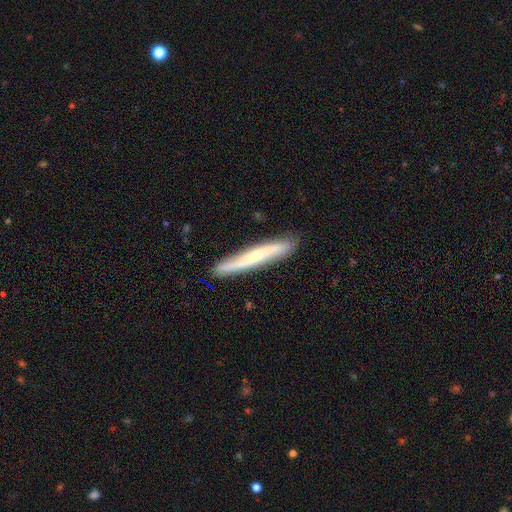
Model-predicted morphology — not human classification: Smooth or featured? featured or disk (49%)
Merging? none (86%)